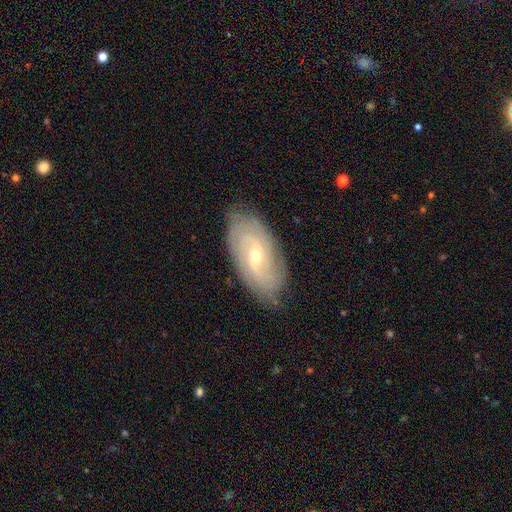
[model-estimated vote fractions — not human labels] A featured or disk galaxy (81%) with no bar (47%), tight (56%) spiral arms (92%) and a small central bulge (66%). Merging: none (80%).